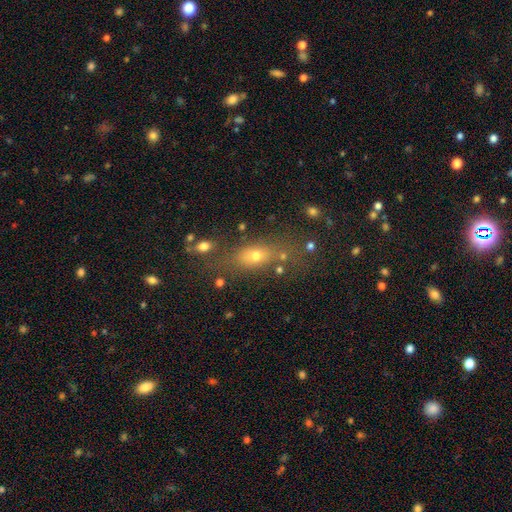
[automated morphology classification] The model was most divided on "how rounded": in between: 62%, round: 21%, cigar-shaped: 18%. More confident: smooth or featured — smooth (64%); merging — none (62%).